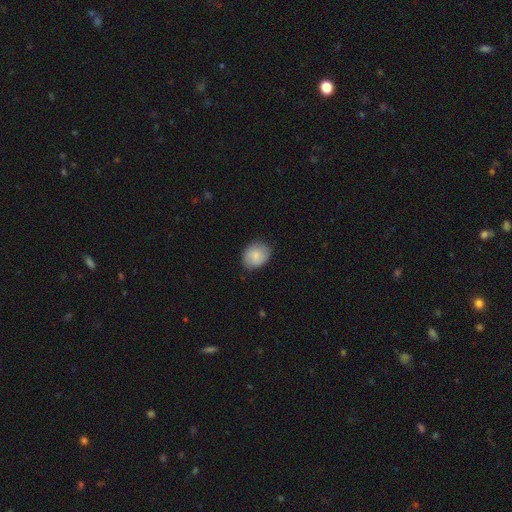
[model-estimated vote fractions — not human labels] A smooth galaxy with no disk features (79%) that is in between round and cigar-shaped (52%).

Vote fractions:
- Smooth or featured? smooth: 79% / featured or disk: 14% / star or artifact: 7%
- How rounded? in between: 52% / round: 47% / cigar-shaped: 1%
- Merging? none: 80% / minor disturbance: 16% / major disturbance: 3% / merger: 1%